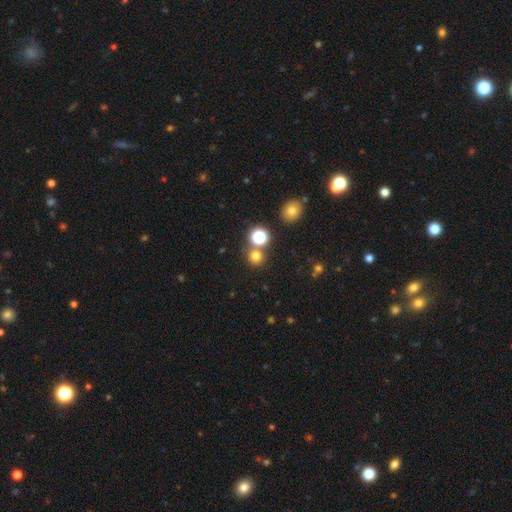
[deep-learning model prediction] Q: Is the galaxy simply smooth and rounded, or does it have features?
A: smooth — 72%.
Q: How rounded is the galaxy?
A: round — 91%.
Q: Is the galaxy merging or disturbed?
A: none — 74%.